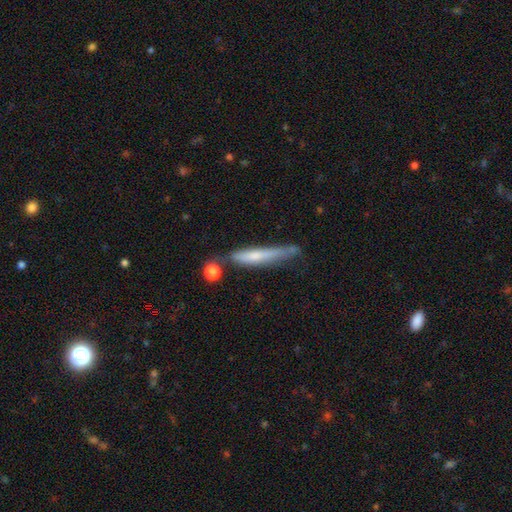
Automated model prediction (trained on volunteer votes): Q: Smooth or featured?
A: smooth (54%); runner-up: featured or disk (39%)
Q: How rounded?
A: cigar-shaped (92%); runner-up: in between (6%)
Q: Merging?
A: none (50%); runner-up: minor disturbance (28%)